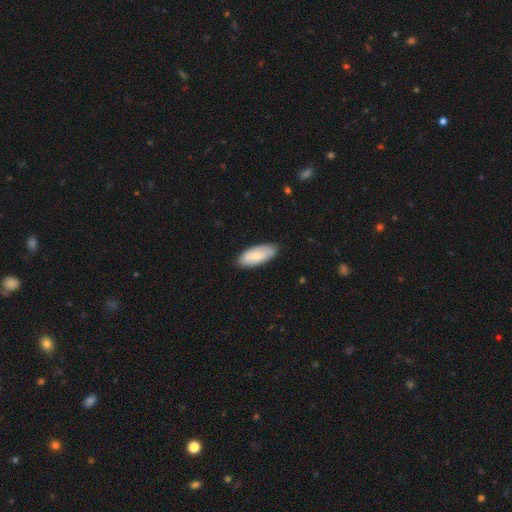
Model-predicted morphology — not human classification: smooth 74%, featured or disk 21%, star or artifact 5%. Down the decision tree: how rounded — in between (85%); merging — none (82%).